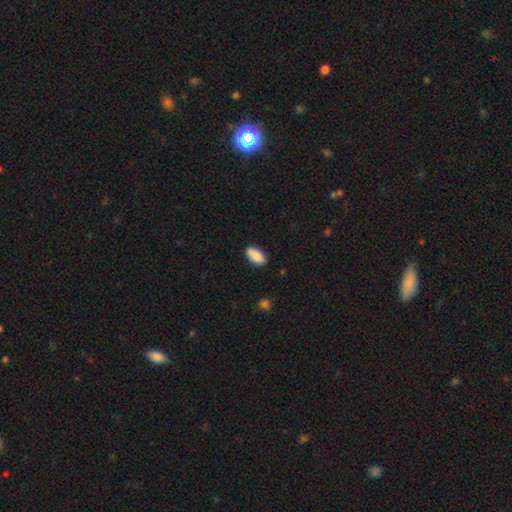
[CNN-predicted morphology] Q: Smooth or featured?
A: smooth (88%); runner-up: star or artifact (6%)
Q: How rounded?
A: in between (94%); runner-up: cigar-shaped (3%)
Q: Merging?
A: none (86%); runner-up: minor disturbance (11%)